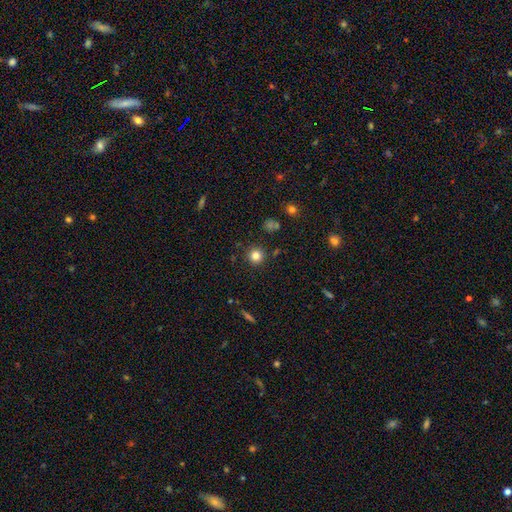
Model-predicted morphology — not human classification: Smooth or featured? smooth (82%)
How rounded? round (95%)
Merging? none (90%)